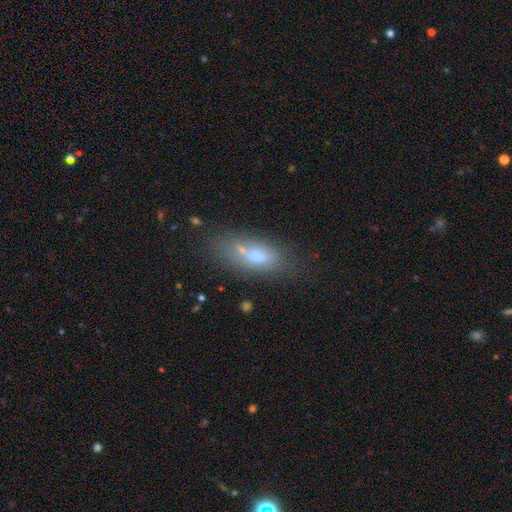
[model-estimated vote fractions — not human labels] smooth-or-featured: smooth: 68% | featured or disk: 22% | star or artifact: 10%
  how-rounded: in between: 73% | cigar-shaped: 23% | round: 4%
  merging: none: 60% | minor disturbance: 19% | merger: 13% | major disturbance: 8%